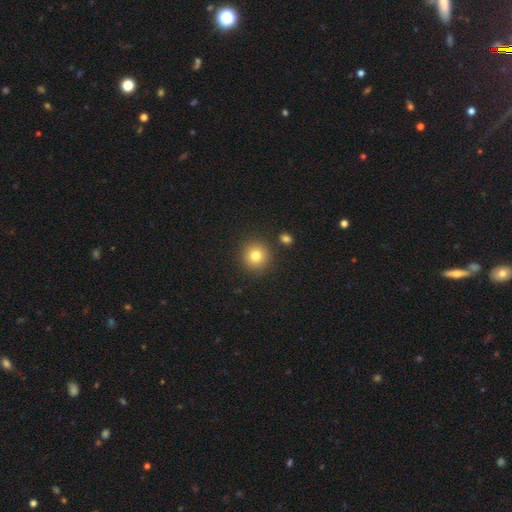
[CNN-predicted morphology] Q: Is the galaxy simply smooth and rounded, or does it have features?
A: smooth — 80%.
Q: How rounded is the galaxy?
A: round — 93%.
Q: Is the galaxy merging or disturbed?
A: none — 88%.